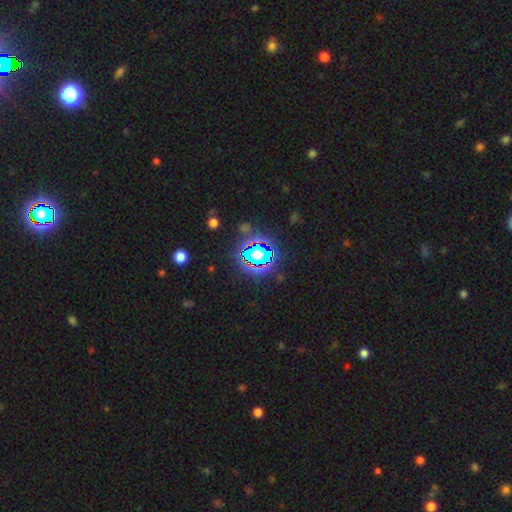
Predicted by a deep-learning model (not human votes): Morphology: type=star or artifact (67%).